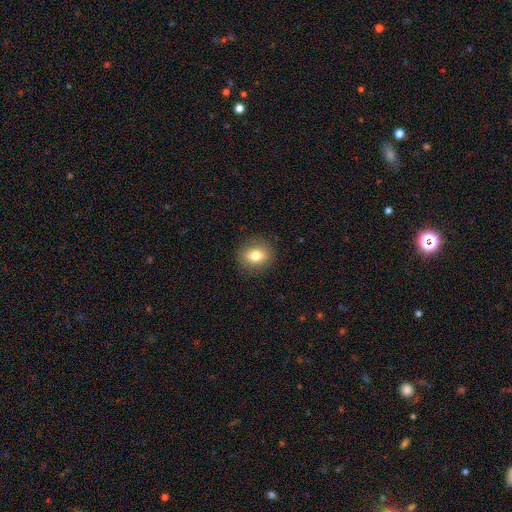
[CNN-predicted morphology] The model was most divided on "how rounded": round: 65%, in between: 34%, cigar-shaped: 1%. More confident: merging — none (88%); smooth or featured — smooth (76%).